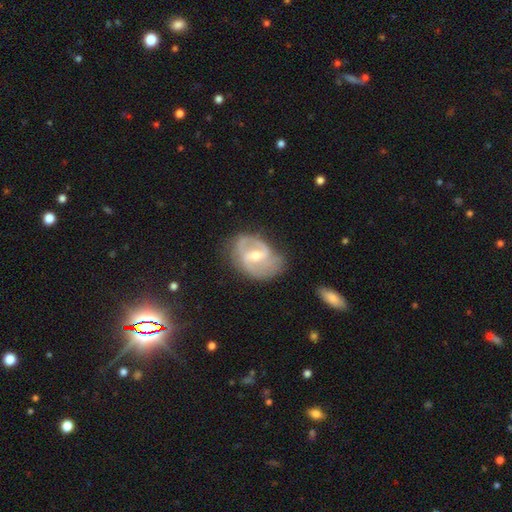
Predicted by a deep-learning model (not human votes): This appears to be a featured or disk galaxy (82%) with a weak bar (53%), 2 (79%) medium (50%) spiral arms (90%) and a moderate central bulge (55%). Merging: none (64%).